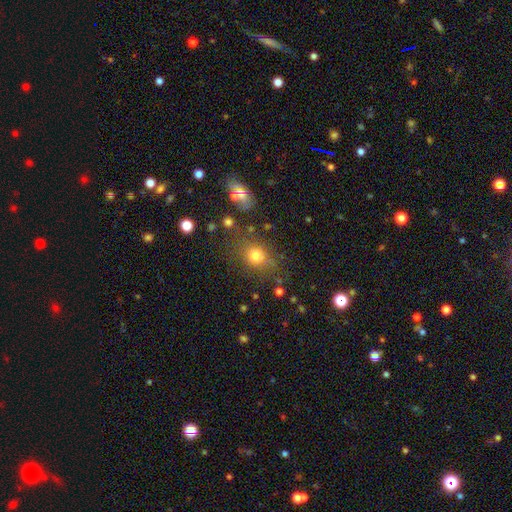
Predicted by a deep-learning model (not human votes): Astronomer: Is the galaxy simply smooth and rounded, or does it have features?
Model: smooth — 74%.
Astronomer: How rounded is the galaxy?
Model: round — 67%.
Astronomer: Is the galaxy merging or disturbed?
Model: none — 68%.